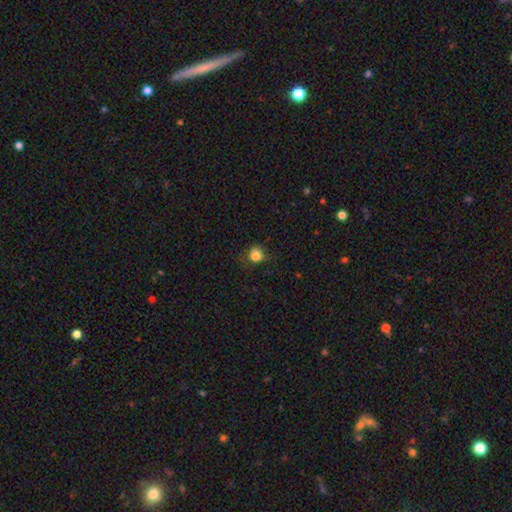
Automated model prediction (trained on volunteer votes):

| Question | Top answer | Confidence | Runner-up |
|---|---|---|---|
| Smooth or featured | smooth | 83% | star or artifact (12%) |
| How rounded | round | 73% | in between (26%) |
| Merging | none | 63% | minor disturbance (25%) |